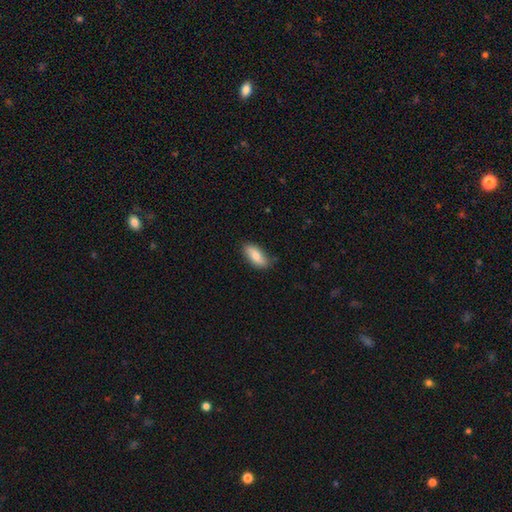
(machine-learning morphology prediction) Smooth or featured? smooth (78%)
How rounded? in between (84%)
Merging? none (79%)